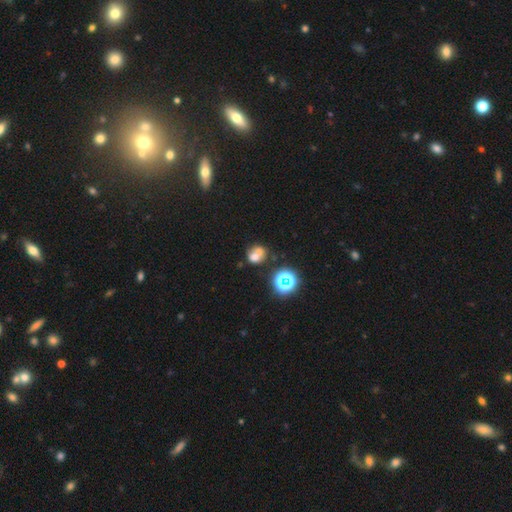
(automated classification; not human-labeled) smooth-or-featured: smooth: 59% | featured or disk: 23% | star or artifact: 19%
  how-rounded: round: 67% | in between: 32% | cigar-shaped: 1%
  merging: merger: 48% | none: 33% | minor disturbance: 11% | major disturbance: 8%